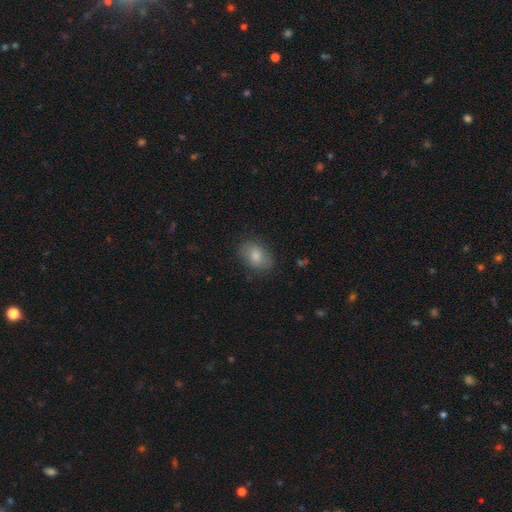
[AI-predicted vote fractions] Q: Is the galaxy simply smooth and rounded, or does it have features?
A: smooth — 82%.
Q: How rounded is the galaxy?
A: in between — 84%.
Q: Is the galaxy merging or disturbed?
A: none — 81%.